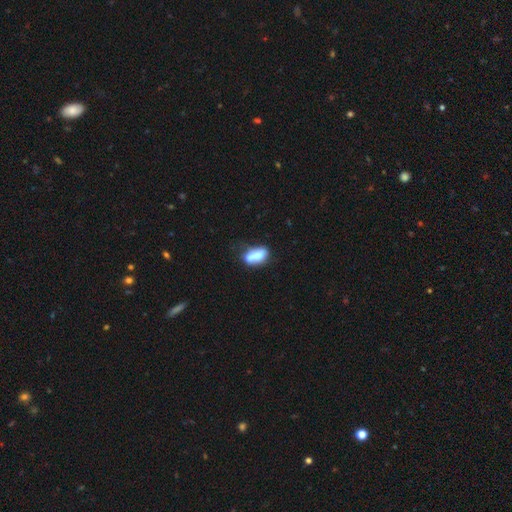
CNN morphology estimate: A smooth galaxy with no disk features (68%) that is in between round and cigar-shaped (78%). Merging: merger (34%).